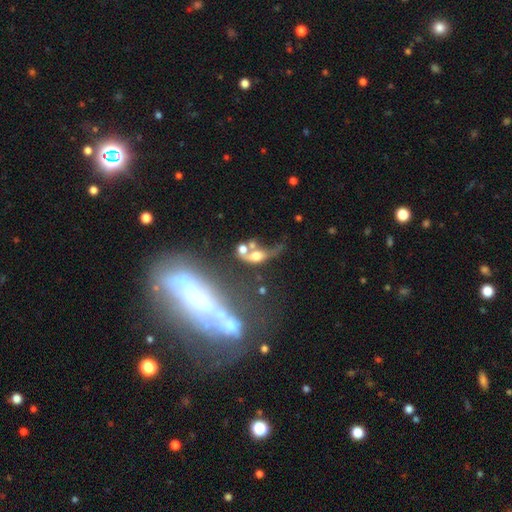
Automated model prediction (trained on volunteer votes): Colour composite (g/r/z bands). It shows a smooth galaxy with no disk features (46%). Merging: merger (52%).